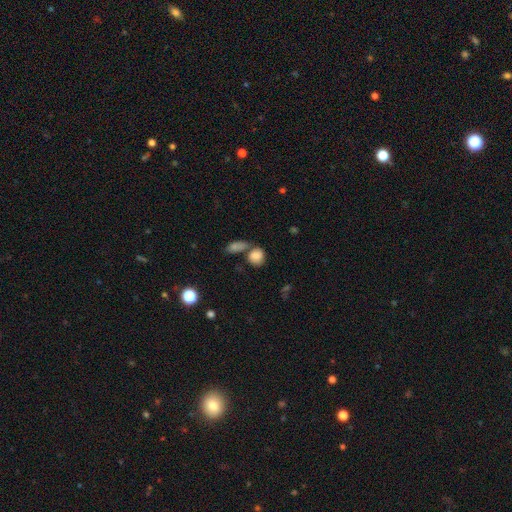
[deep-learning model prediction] smooth-or-featured: smooth: 81% | featured or disk: 9% | star or artifact: 9%
  how-rounded: round: 61% | in between: 37% | cigar-shaped: 2%
  merging: none: 45% | merger: 36% | minor disturbance: 13% | major disturbance: 6%